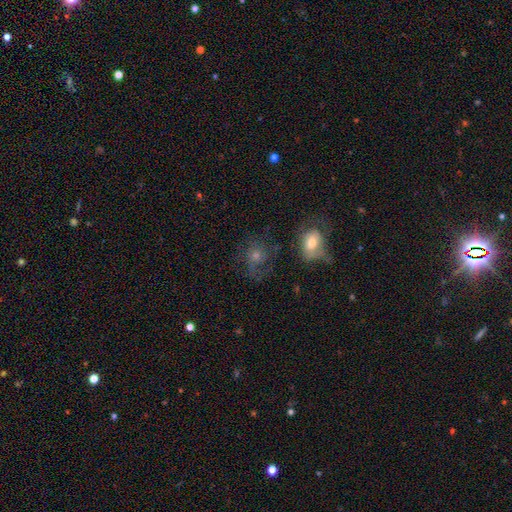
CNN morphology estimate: This appears to be a featured or disk galaxy (45%). Merging: none (55%).